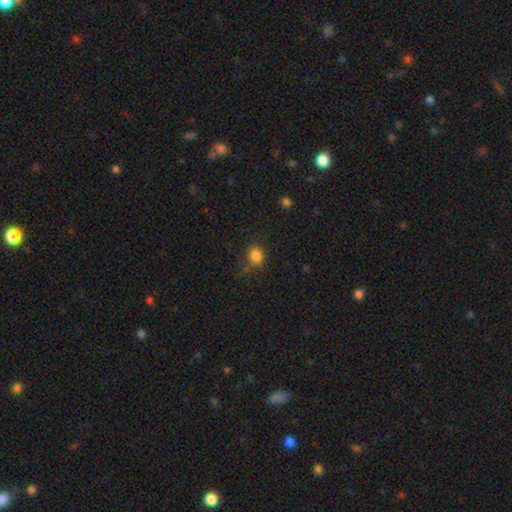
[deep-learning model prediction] Morphology: type=smooth (83%); roundness=round (79%); merging=none (79%).